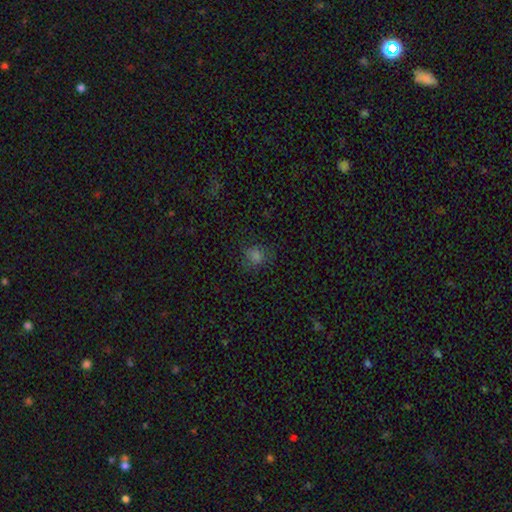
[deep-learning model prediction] Smooth or featured? Predicted: smooth (p=0.70). How rounded? Predicted: round (p=0.78). Merging? Predicted: none (p=0.80).